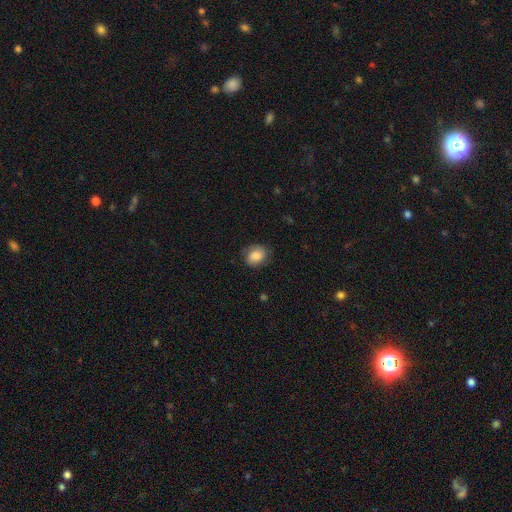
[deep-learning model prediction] The model was most divided on "how rounded": round: 52%, in between: 47%, cigar-shaped: 1%. More confident: smooth or featured — smooth (79%); merging — none (75%).